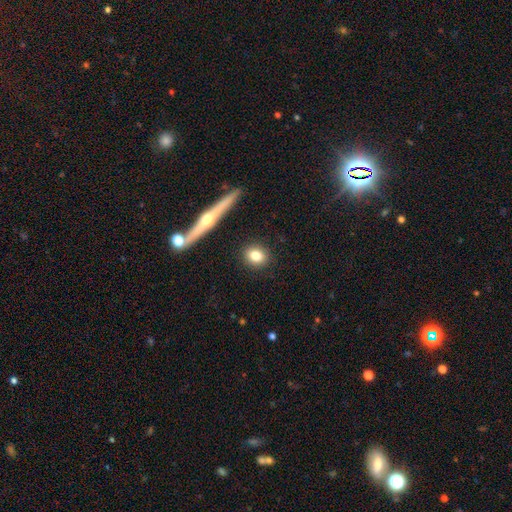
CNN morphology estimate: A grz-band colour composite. It shows a smooth galaxy with no disk features (81%) that is round (58%). Merging: none (90%).